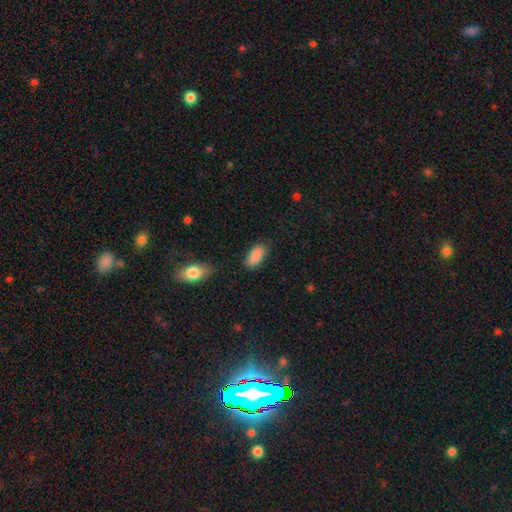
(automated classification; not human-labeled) Smooth or featured: smooth — 89% (star or artifact — 7%)
How rounded: in between — 90% (cigar-shaped — 8%)
Merging: none — 79% (minor disturbance — 15%)